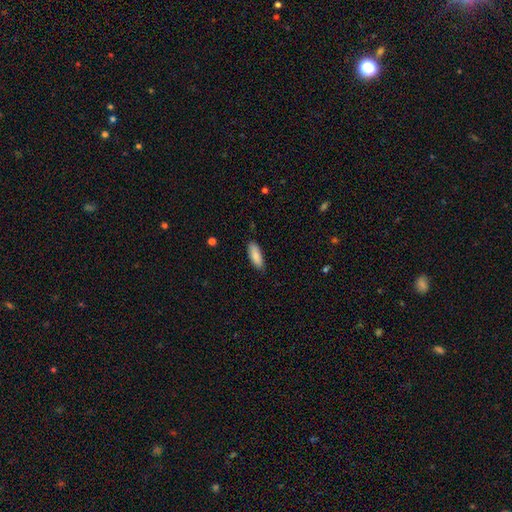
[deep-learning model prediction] Overall: smooth (88%). How rounded: in between (70%). Merging: none (83%).